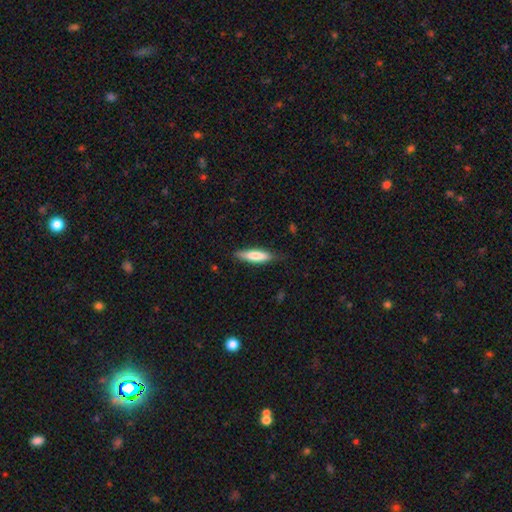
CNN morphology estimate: smooth 74%, featured or disk 21%, star or artifact 6%. Down the decision tree: how rounded — cigar-shaped (69%); merging — none (78%).